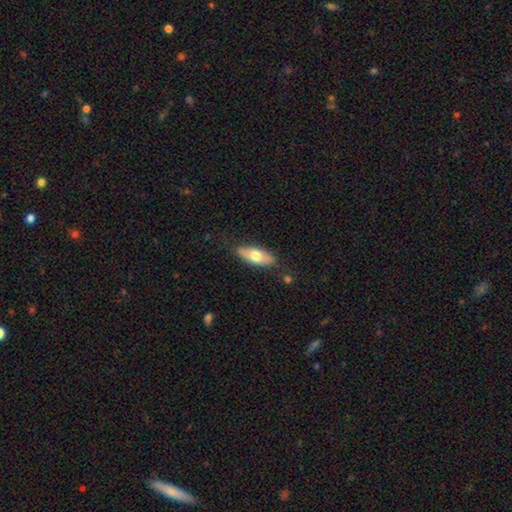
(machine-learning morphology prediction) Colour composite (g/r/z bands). It shows a smooth galaxy with no disk features (65%) that is in between round and cigar-shaped (78%). Merging: none (80%).